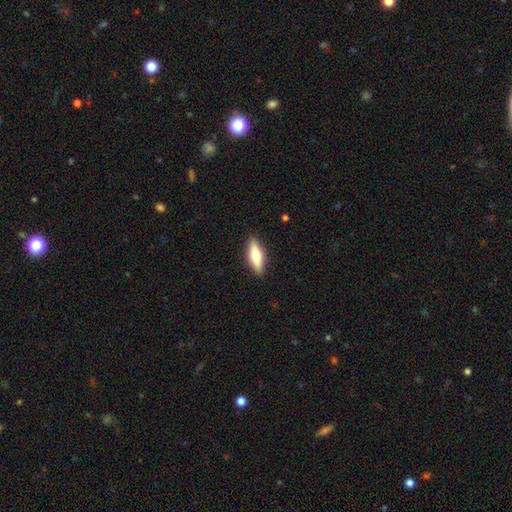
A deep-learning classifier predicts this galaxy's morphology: Smooth or featured: smooth — 58% (featured or disk — 36%)
How rounded: in between — 49% (cigar-shaped — 48%)
Merging: none — 89% (minor disturbance — 8%)